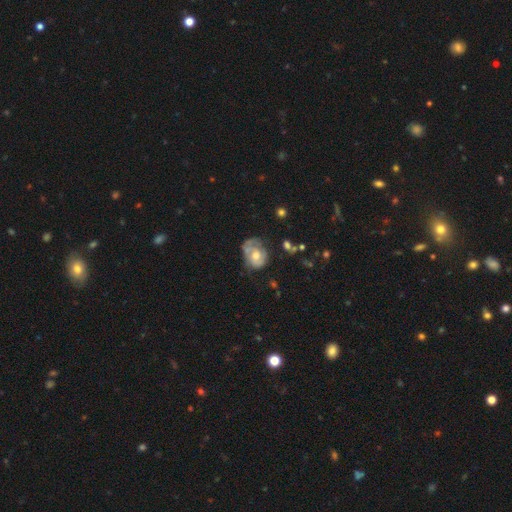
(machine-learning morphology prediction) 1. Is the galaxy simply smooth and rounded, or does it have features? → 56% featured or disk, 36% smooth, 7% star or artifact.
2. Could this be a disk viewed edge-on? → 97% no, 3% yes.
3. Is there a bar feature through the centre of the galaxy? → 78% no, 19% weak, 3% strong.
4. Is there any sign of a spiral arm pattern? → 63% yes, 37% no.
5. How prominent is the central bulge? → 63% moderate, 18% small, 15% large, 3% none, 2% dominant.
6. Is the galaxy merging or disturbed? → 39% none, 30% minor disturbance, 26% major disturbance, 5% merger.